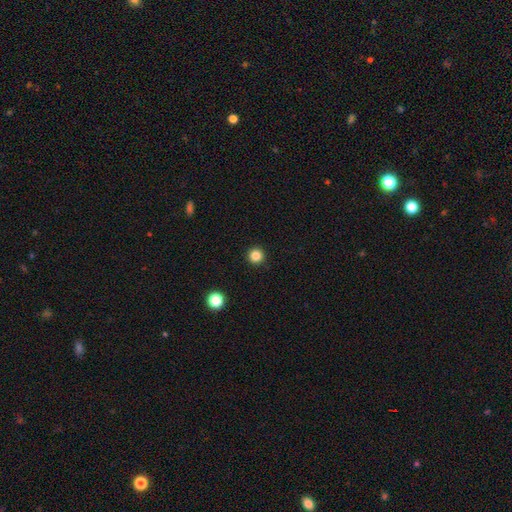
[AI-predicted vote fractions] This is clearly a smooth galaxy (84%). How rounded: clearly round (96%). Merging: clearly none (93%).